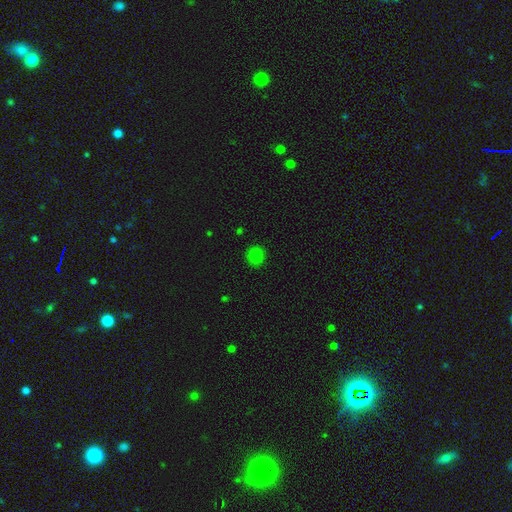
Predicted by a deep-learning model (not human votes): This appears to be a smooth galaxy with no disk features (81%) that is round (90%). Merging: none (89%).